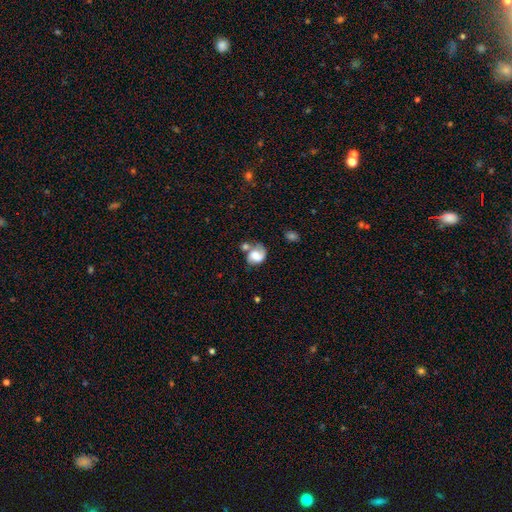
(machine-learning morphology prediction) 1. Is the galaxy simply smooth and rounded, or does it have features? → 51% smooth, 39% featured or disk, 9% star or artifact.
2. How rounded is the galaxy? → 52% round, 47% in between, 1% cigar-shaped.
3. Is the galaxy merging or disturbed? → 34% none, 27% merger, 23% minor disturbance, 17% major disturbance.